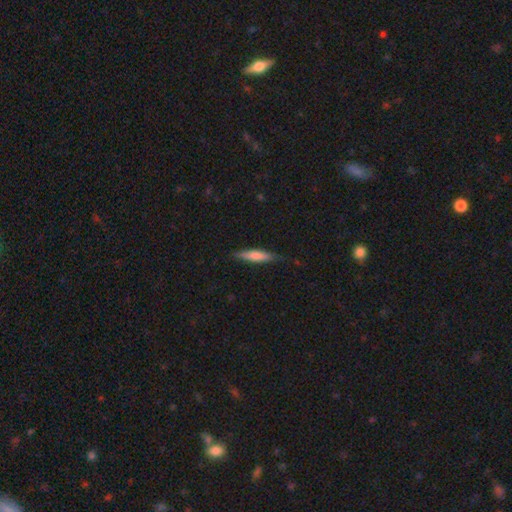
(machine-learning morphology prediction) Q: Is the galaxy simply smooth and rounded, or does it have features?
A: smooth — 70%.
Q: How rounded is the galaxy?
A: cigar-shaped — 82%.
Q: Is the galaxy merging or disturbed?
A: none — 80%.